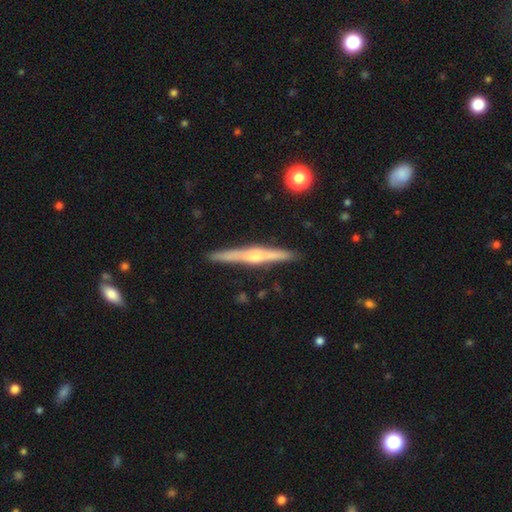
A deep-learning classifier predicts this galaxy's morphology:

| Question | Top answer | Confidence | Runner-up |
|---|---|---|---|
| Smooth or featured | featured or disk | 71% | smooth (23%) |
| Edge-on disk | yes | 98% | no (2%) |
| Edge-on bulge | rounded | 73% | none (14%) |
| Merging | none | 90% | minor disturbance (7%) |